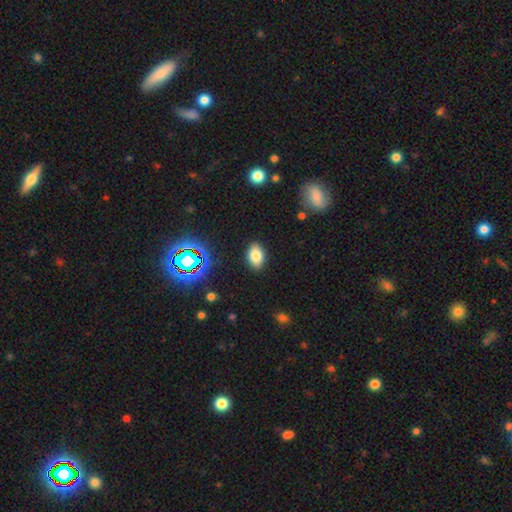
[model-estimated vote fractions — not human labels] Smooth or featured?
  - smooth: 78% *
  - star or artifact: 14%
  - featured or disk: 8%
How rounded?
  - in between: 88% *
  - round: 11%
  - cigar-shaped: 2%
Merging?
  - none: 87% *
  - minor disturbance: 9%
  - major disturbance: 2%
  - merger: 1%